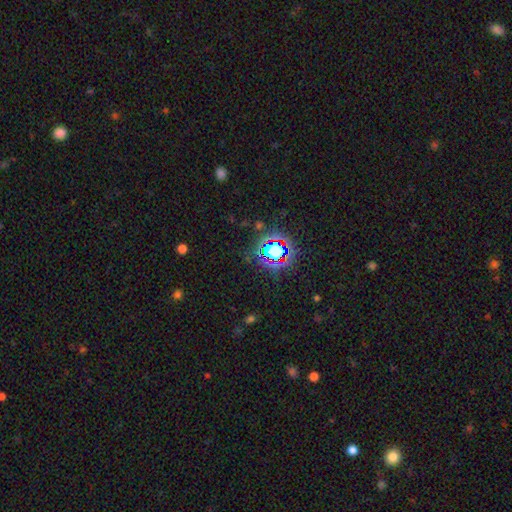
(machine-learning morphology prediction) This is clearly a star or artifact rather than a galaxy (80%).